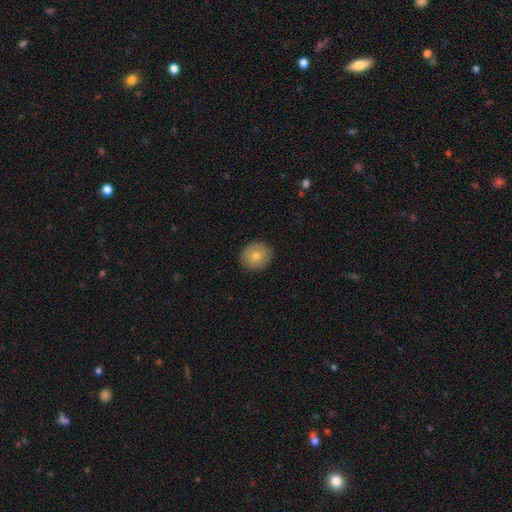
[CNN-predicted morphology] A smooth galaxy with no disk features (75%) that is round (81%). Merging: none (89%).